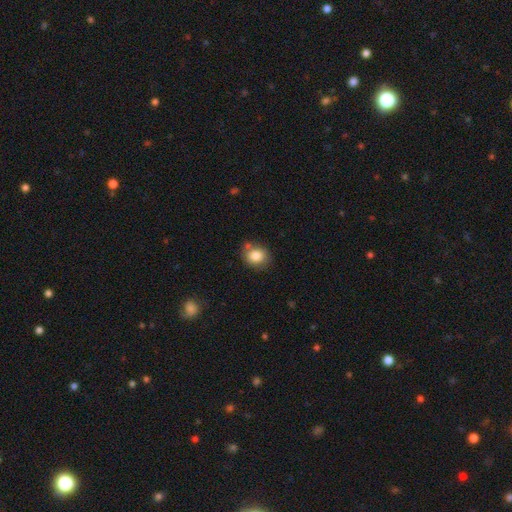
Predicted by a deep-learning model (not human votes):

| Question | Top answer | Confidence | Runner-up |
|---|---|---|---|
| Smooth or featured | smooth | 83% | star or artifact (9%) |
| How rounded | round | 72% | in between (28%) |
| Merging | none | 70% | minor disturbance (17%) |